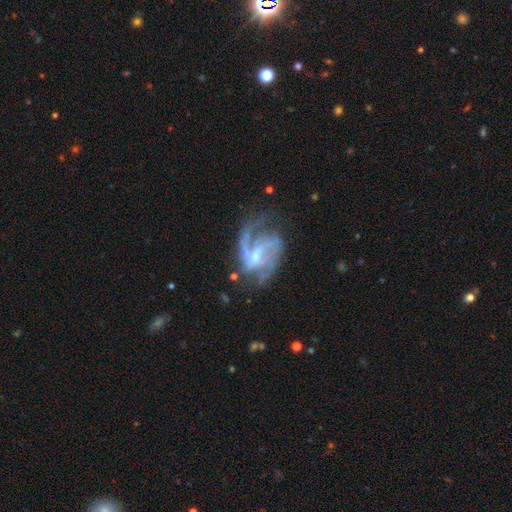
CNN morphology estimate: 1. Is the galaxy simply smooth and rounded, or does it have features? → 85% featured or disk, 8% smooth, 7% star or artifact.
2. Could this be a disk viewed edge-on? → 97% no, 3% yes.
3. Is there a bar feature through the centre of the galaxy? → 52% weak, 27% no, 21% strong.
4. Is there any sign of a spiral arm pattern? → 91% yes, 9% no.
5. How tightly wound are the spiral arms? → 48% medium, 33% loose, 20% tight.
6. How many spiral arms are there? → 48% 2, 18% can't tell, 16% 3, 10% 1, 4% 4, 4% more than 4.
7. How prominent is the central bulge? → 54% small, 31% moderate, 12% none, 2% large, 1% dominant.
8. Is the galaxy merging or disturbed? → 48% none, 27% major disturbance, 21% minor disturbance, 3% merger.